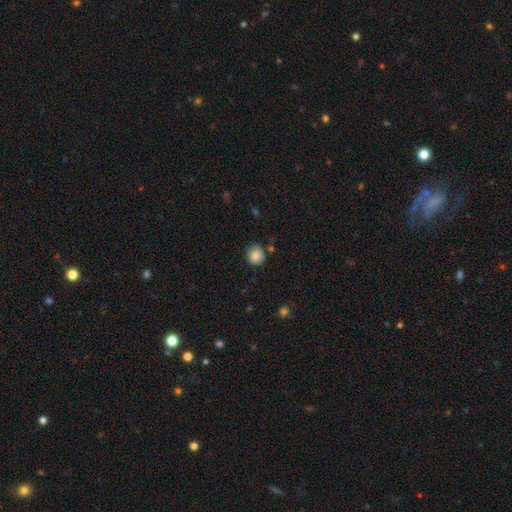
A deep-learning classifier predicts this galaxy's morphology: The model was most divided on "merging": none: 82%, minor disturbance: 12%, merger: 3%, major disturbance: 3%. More confident: how rounded — round (87%); smooth or featured — smooth (85%).